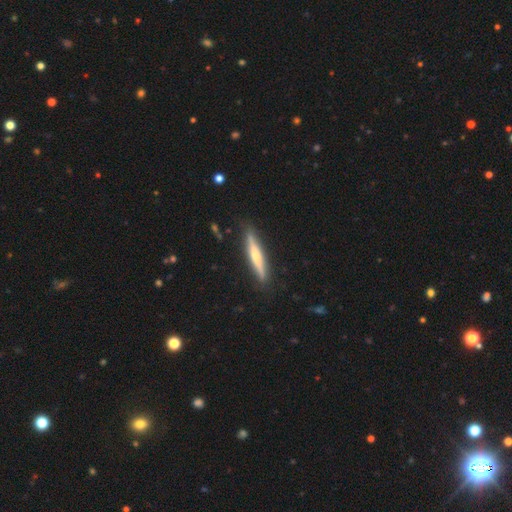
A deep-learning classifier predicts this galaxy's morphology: smooth_or_featured: featured or disk (p=0.58) [alt: smooth p=0.36]
disk_edge_on: yes (p=0.96) [alt: no p=0.04]
edge_on_bulge: rounded (p=0.79) [alt: none p=0.16]
merging: none (p=0.88) [alt: minor disturbance p=0.09]